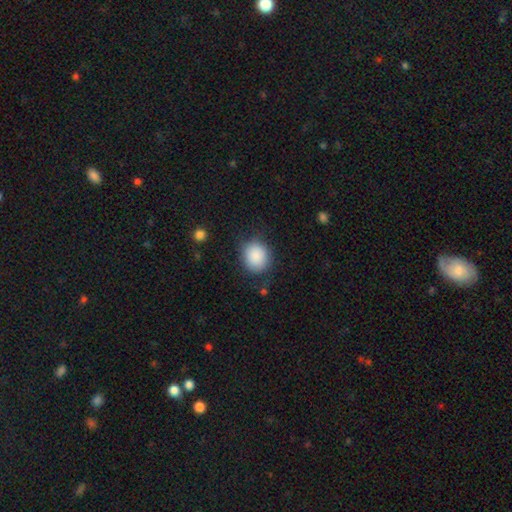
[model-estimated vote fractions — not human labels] Smooth or featured? Predicted: smooth (p=0.87). How rounded? Predicted: round (p=0.77). Merging? Predicted: none (p=0.79).